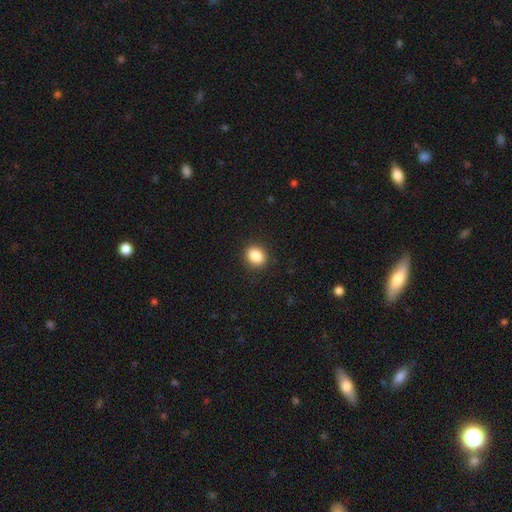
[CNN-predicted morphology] smooth_or_featured: smooth (p=0.87) [alt: star or artifact p=0.09]
how_rounded: round (p=0.53) [alt: in between p=0.46]
merging: none (p=0.90) [alt: minor disturbance p=0.07]